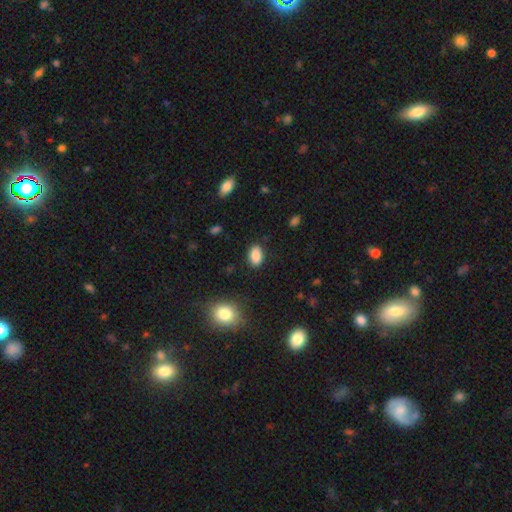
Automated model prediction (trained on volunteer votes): This appears to be a smooth galaxy with no disk features (87%) that is in between round and cigar-shaped (90%). Merging: none (85%).